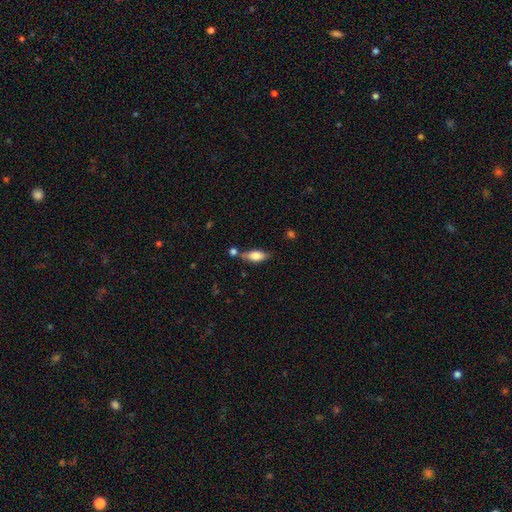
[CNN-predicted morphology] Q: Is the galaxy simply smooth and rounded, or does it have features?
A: smooth — 71%.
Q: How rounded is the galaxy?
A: in between — 75%.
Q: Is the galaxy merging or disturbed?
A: none — 64%.